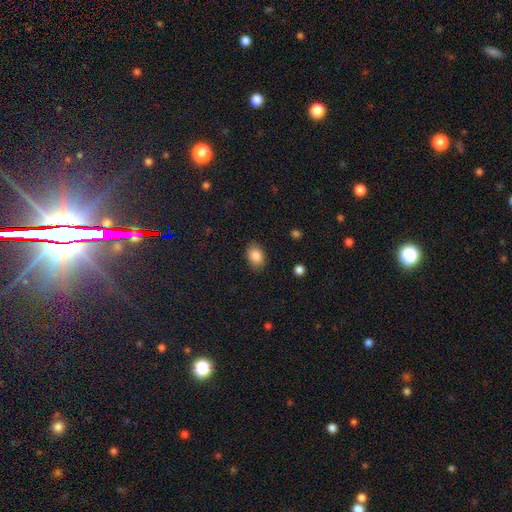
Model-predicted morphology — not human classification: Smooth or featured? Predicted: smooth (p=0.86). How rounded? Predicted: in between (p=0.77). Merging? Predicted: none (p=0.84).